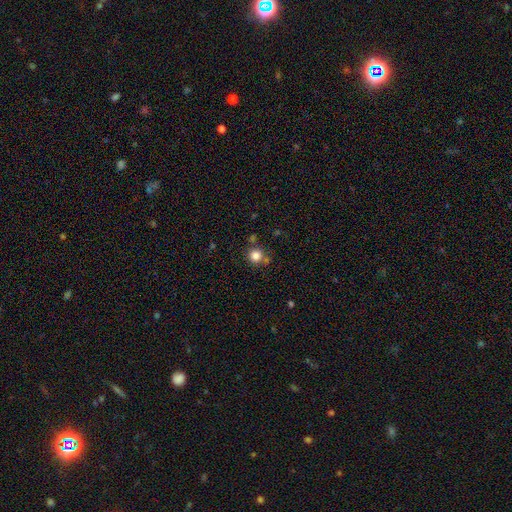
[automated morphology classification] Smooth or featured?
  - smooth: 83% *
  - star or artifact: 12%
  - featured or disk: 5%
How rounded?
  - round: 92% *
  - in between: 7%
  - cigar-shaped: 1%
Merging?
  - none: 74% *
  - minor disturbance: 11%
  - merger: 10%
  - major disturbance: 4%